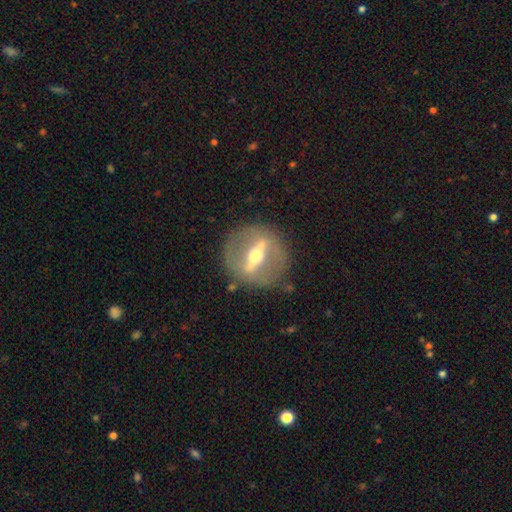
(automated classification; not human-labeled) Overall: featured or disk (81%). Edge-on disk: no (64%; yes 36%). Bar: strong (81%). Spiral arms: no (75%). Bulge size: moderate (70%). Merging: none (84%).